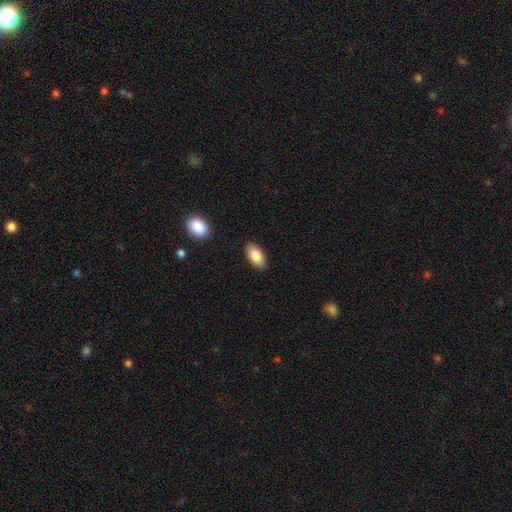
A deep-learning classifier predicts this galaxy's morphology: Smooth or featured? smooth (85%)
How rounded? in between (94%)
Merging? none (88%)